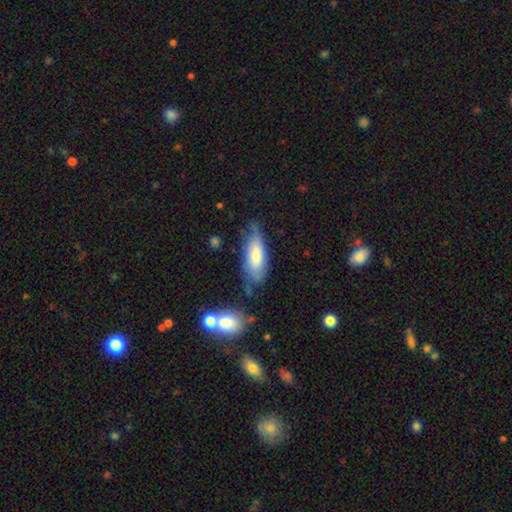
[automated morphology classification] Smooth or featured? Predicted: smooth (p=0.60). How rounded? Predicted: in between (p=0.74). Merging? Predicted: none (p=0.57).